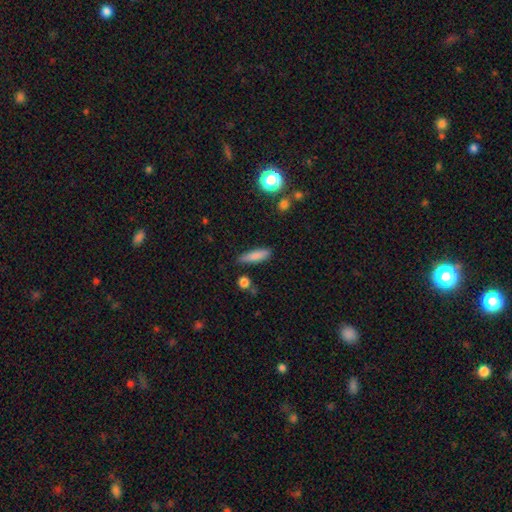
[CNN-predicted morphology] smooth 82%, featured or disk 10%, star or artifact 8%. Down the decision tree: how rounded — cigar-shaped (63%); merging — none (80%).